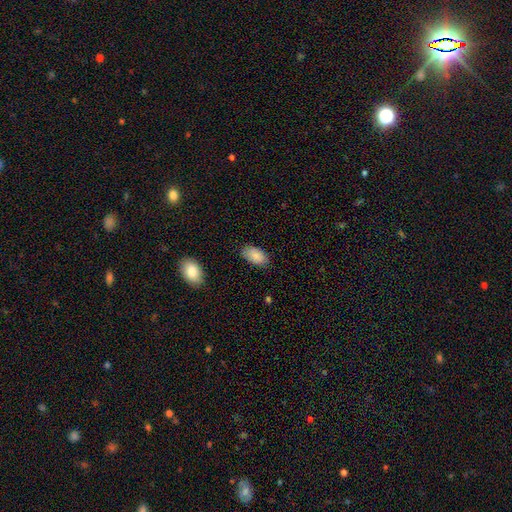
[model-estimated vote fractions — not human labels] The model was most divided on "merging": none: 81%, minor disturbance: 15%, major disturbance: 3%, merger: 1%. More confident: how rounded — in between (95%); smooth or featured — smooth (87%).